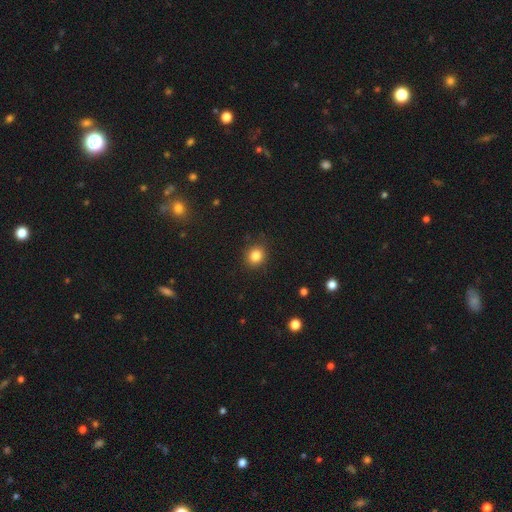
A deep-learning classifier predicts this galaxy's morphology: Smooth or featured? Predicted: smooth (p=0.84). How rounded? Predicted: round (p=0.82). Merging? Predicted: none (p=0.88).